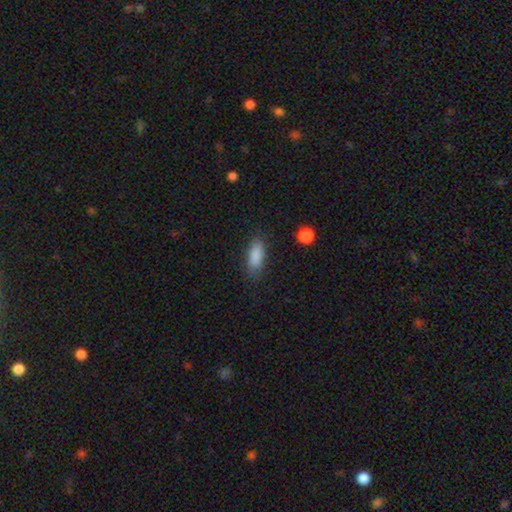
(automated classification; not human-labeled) Q: Smooth or featured?
A: smooth (87%); runner-up: star or artifact (7%)
Q: How rounded?
A: in between (78%); runner-up: cigar-shaped (20%)
Q: Merging?
A: none (79%); runner-up: minor disturbance (15%)